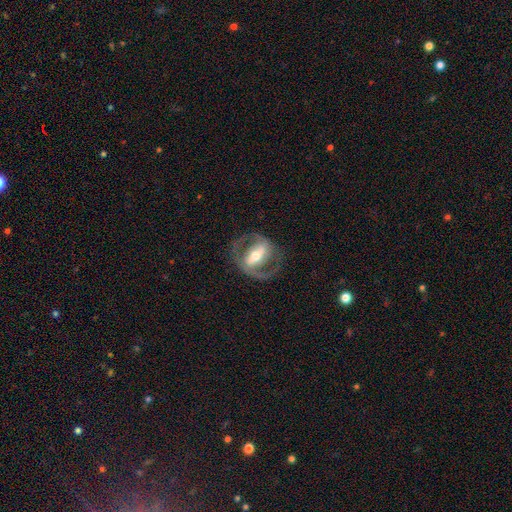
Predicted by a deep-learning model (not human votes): Overall: featured or disk (85%). Edge-on disk: no (95%). Bar: strong (64%; weak 25%). Spiral arms: yes (85%). Spiral arm count: 2 (89%). Spiral winding: medium (55%; tight 25%). Bulge size: moderate (64%). Merging: none (77%).